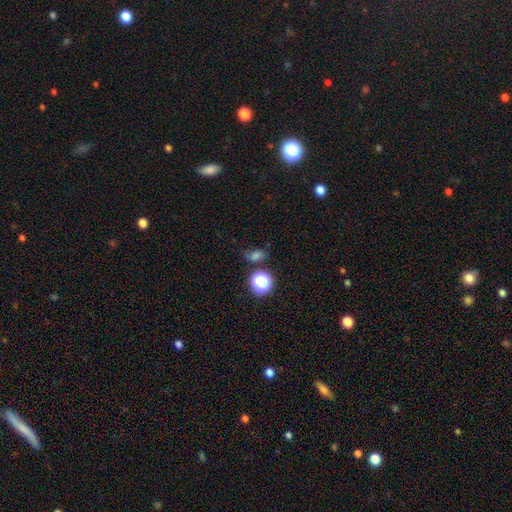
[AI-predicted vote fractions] This appears to be a smooth galaxy with no disk features (63%) that is in between round and cigar-shaped (56%). Merging: none (64%).